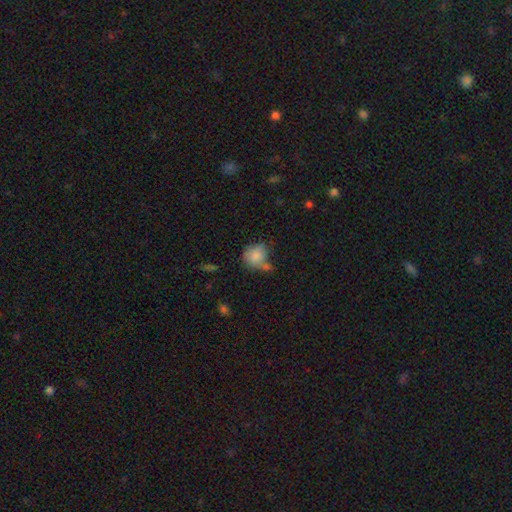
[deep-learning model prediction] smooth_or_featured: smooth (p=0.81) [alt: featured or disk p=0.10]
how_rounded: round (p=0.70) [alt: in between p=0.29]
merging: none (p=0.44) [alt: minor disturbance p=0.26]